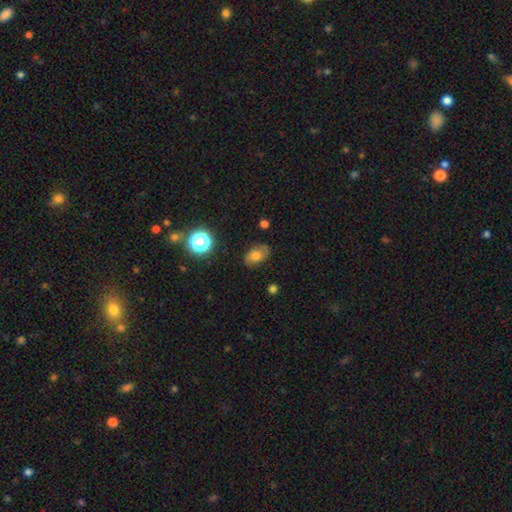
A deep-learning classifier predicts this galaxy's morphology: A smooth galaxy with no disk features (72%) that is in between round and cigar-shaped (83%).

Vote fractions:
- Smooth or featured? smooth: 72% / featured or disk: 16% / star or artifact: 12%
- How rounded? in between: 83% / round: 15% / cigar-shaped: 2%
- Merging? none: 78% / minor disturbance: 17% / major disturbance: 4% / merger: 2%